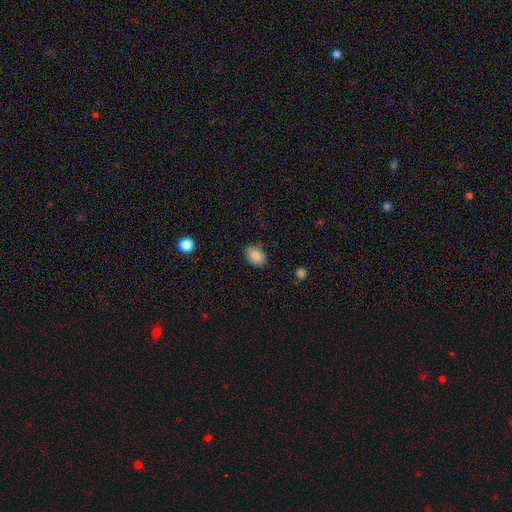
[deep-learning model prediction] smooth 86%, star or artifact 8%, featured or disk 5%. Down the decision tree: how rounded — in between (69%); merging — none (82%).